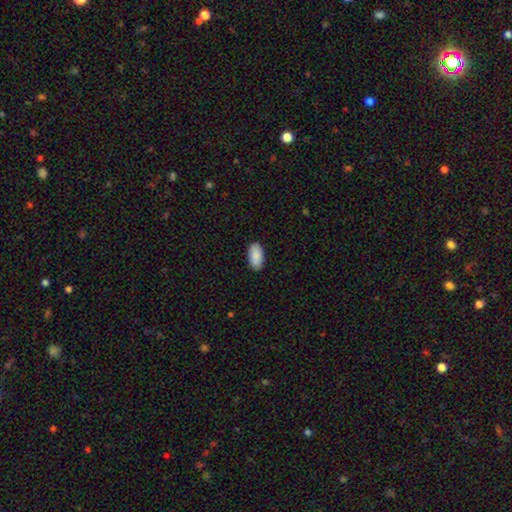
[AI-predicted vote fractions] Smooth or featured? smooth (89%)
How rounded? in between (95%)
Merging? none (89%)